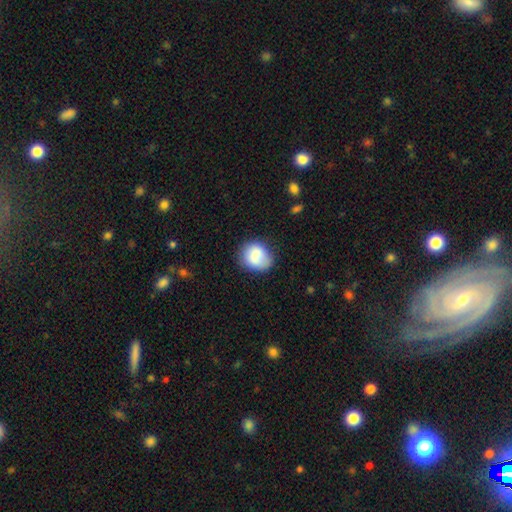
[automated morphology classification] Smooth or featured? smooth (79%)
How rounded? round (60%)
Merging? none (66%)